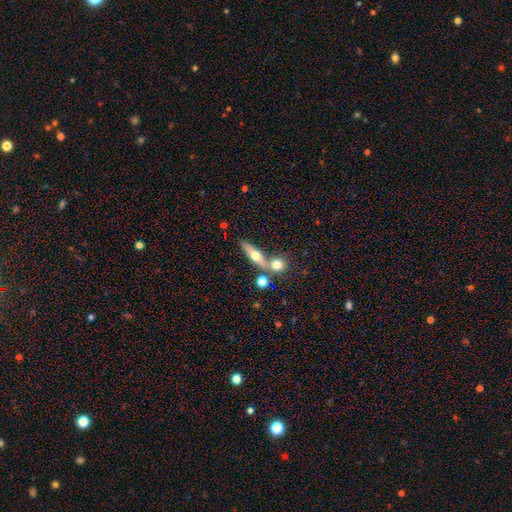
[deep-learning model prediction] Smooth or featured: smooth — 46% (tied with featured or disk — 46%)
Merging: none — 54% (merger — 31%)